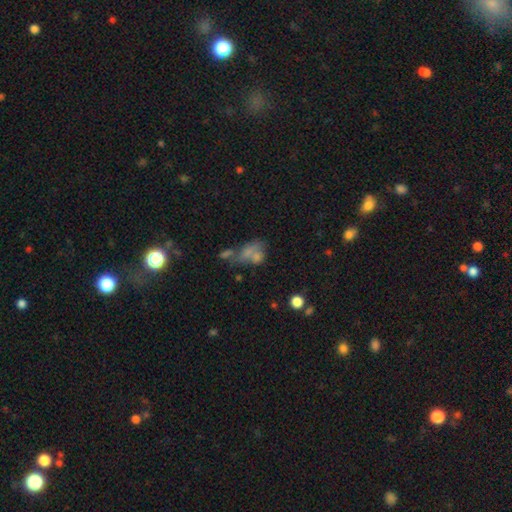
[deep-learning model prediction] smooth 51%, featured or disk 26%, star or artifact 23%. Down the decision tree: how rounded — in between (68%); merging — merger (41%).